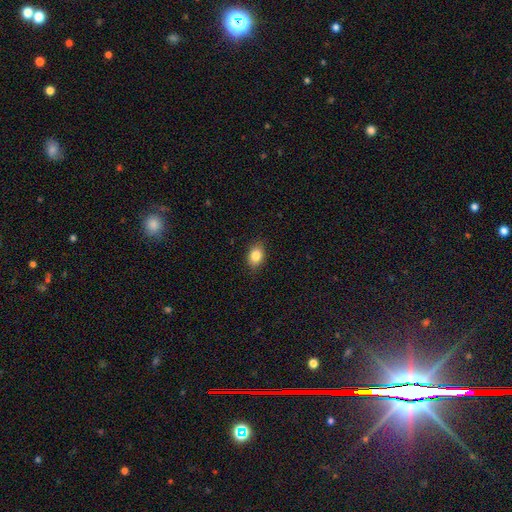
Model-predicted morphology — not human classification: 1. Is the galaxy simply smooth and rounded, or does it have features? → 84% smooth, 9% star or artifact, 7% featured or disk.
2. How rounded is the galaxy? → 74% in between, 24% round, 2% cigar-shaped.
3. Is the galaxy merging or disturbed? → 86% none, 11% minor disturbance, 2% major disturbance, 1% merger.